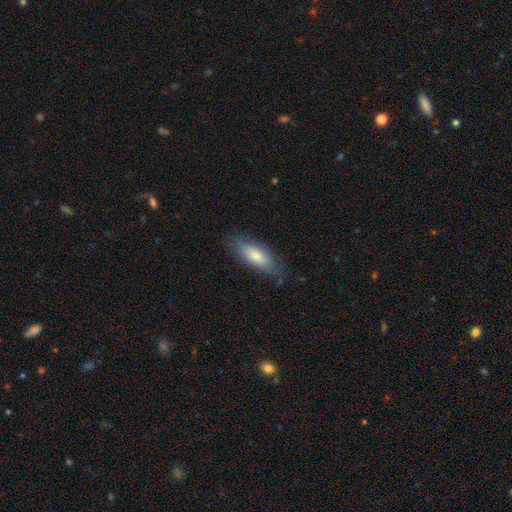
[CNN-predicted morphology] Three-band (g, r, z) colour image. It shows a smooth galaxy with no disk features (74%) that is in between round and cigar-shaped (72%). Merging: none (76%).